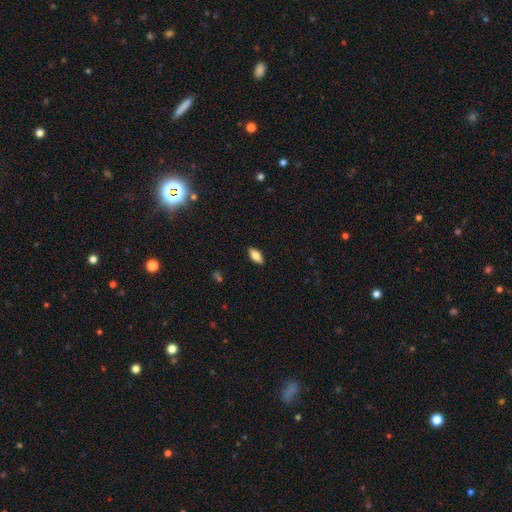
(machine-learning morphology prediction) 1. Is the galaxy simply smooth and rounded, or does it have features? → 71% smooth, 22% featured or disk, 7% star or artifact.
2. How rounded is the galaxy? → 81% in between, 17% cigar-shaped, 3% round.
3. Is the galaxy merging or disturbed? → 89% none, 8% minor disturbance, 2% major disturbance, 1% merger.